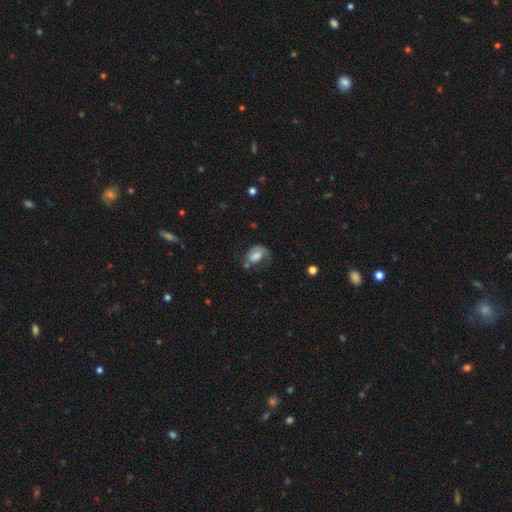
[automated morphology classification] smooth 49%, featured or disk 42%, star or artifact 9%. Down the decision tree: merging — none (38%).